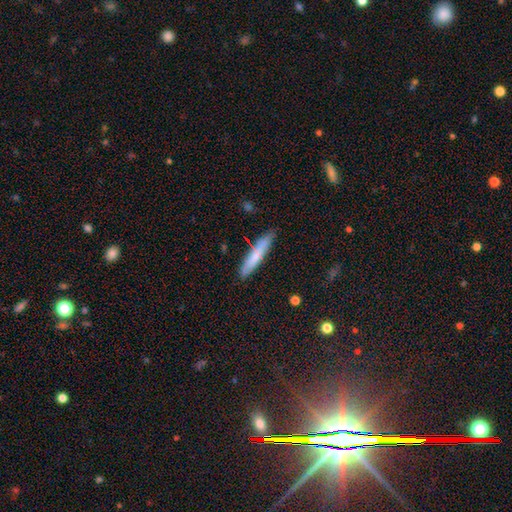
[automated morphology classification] type=smooth (73%); roundness=cigar-shaped (89%); merging=none (85%).